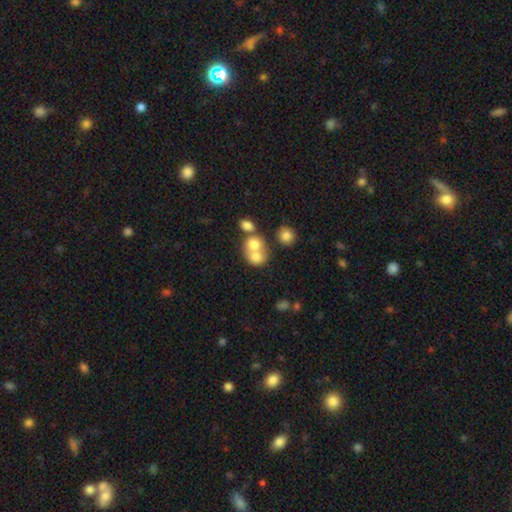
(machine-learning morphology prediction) Overall: smooth (72%). How rounded: round (67%; in between 32%). Merging: merger (64%; none 26%).